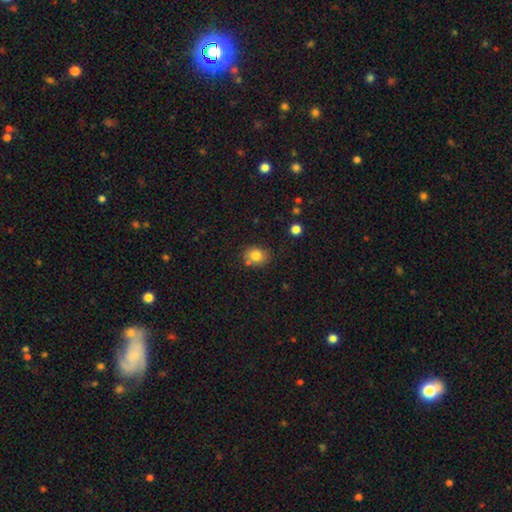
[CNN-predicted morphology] smooth_or_featured: smooth (p=0.82) [alt: star or artifact p=0.10]
how_rounded: round (p=0.58) [alt: in between p=0.41]
merging: none (p=0.75) [alt: minor disturbance p=0.13]